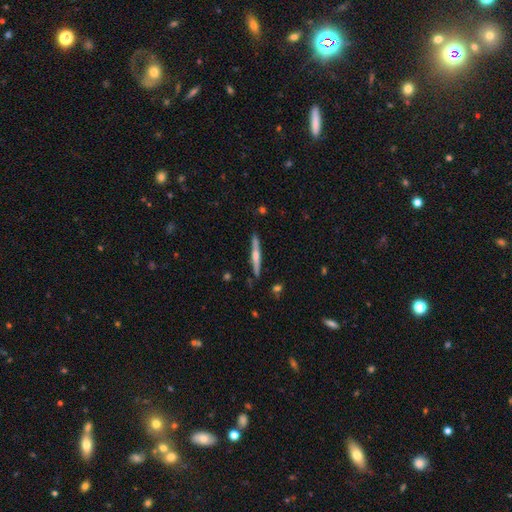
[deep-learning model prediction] A featured or disk galaxy (67%) viewed edge-on (98%) with a rounded central bulge (77%). Merging: none (89%).